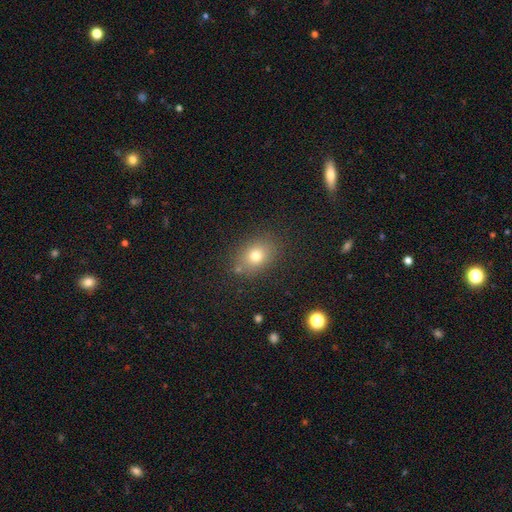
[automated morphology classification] This appears to be a smooth galaxy with no disk features (76%) that is in between round and cigar-shaped (60%). Merging: none (80%).